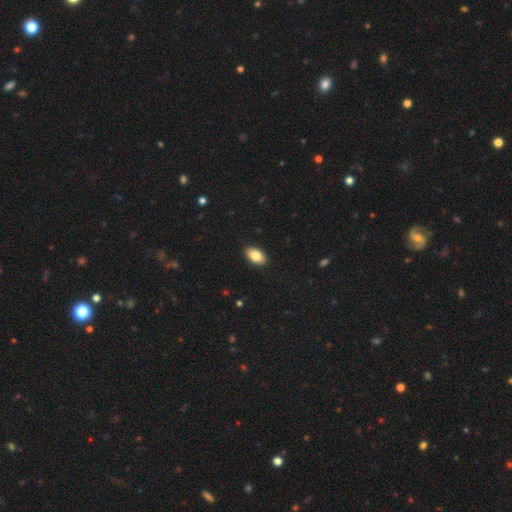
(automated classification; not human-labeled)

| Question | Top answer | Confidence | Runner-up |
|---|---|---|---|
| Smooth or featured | smooth | 84% | featured or disk (9%) |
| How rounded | in between | 94% | round (4%) |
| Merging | none | 90% | minor disturbance (7%) |